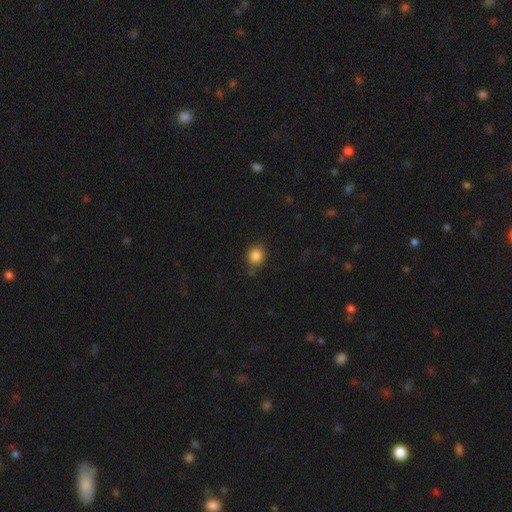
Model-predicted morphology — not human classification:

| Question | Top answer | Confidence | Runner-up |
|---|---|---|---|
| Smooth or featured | smooth | 85% | star or artifact (11%) |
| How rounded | round | 81% | in between (18%) |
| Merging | none | 78% | minor disturbance (16%) |